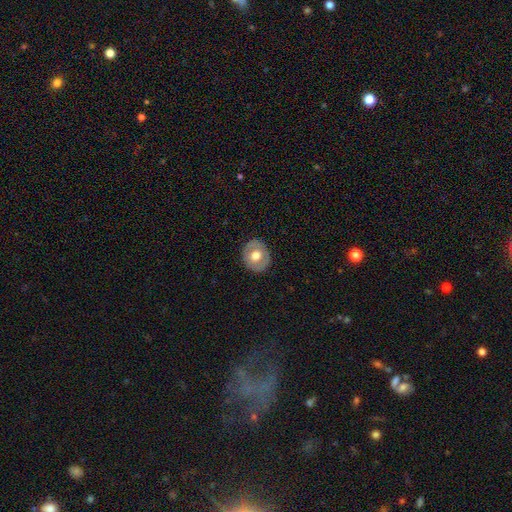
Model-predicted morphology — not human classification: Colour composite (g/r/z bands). It shows a smooth galaxy with no disk features (56%) that is round (72%). Merging: none (86%).